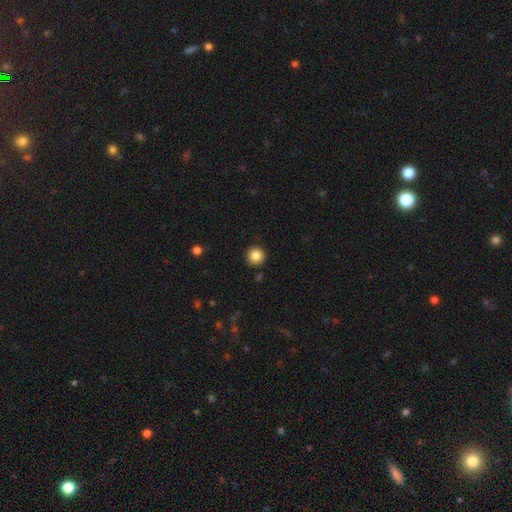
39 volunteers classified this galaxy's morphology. Volunteers were most divided on "merging": none: 95%, minor disturbance: 5%, major disturbance: 0%, merger: 0%. More confident: smooth or featured — smooth (97%); how rounded — round (97%).